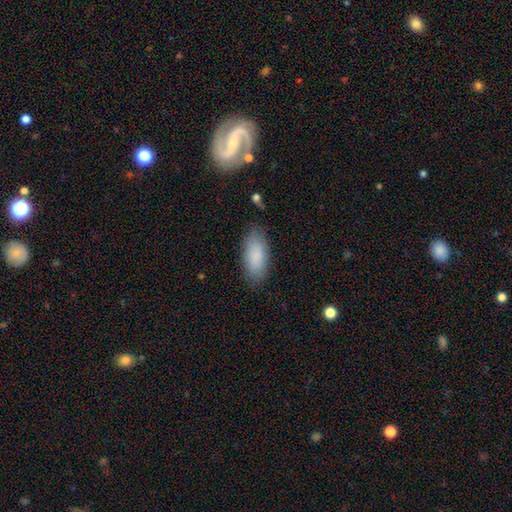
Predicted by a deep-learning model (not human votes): Q: Smooth or featured?
A: smooth (87%); runner-up: featured or disk (7%)
Q: How rounded?
A: in between (87%); runner-up: cigar-shaped (11%)
Q: Merging?
A: none (83%); runner-up: minor disturbance (13%)